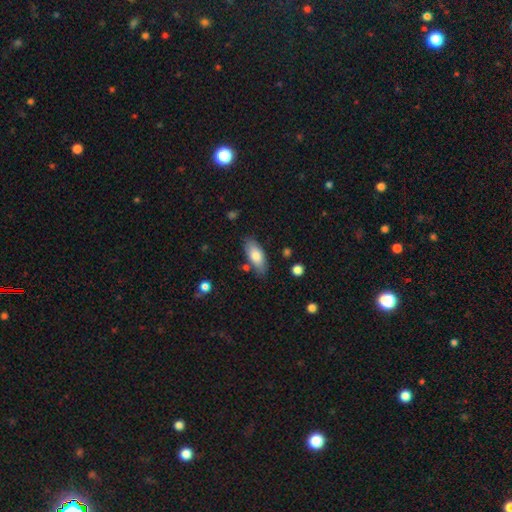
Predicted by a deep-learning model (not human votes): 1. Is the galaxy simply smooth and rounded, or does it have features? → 77% smooth, 17% featured or disk, 6% star or artifact.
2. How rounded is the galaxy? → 82% in between, 16% cigar-shaped, 2% round.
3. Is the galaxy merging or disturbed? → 78% none, 15% minor disturbance, 4% merger, 3% major disturbance.